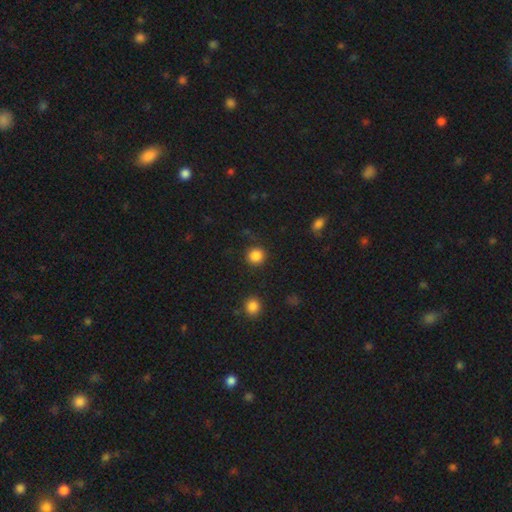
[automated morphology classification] A smooth galaxy with no disk features (86%) that is round (94%).

Vote fractions:
- Smooth or featured? smooth: 86% / star or artifact: 11% / featured or disk: 3%
- How rounded? round: 94% / in between: 5% / cigar-shaped: 1%
- Merging? none: 88% / minor disturbance: 7% / major disturbance: 3% / merger: 2%